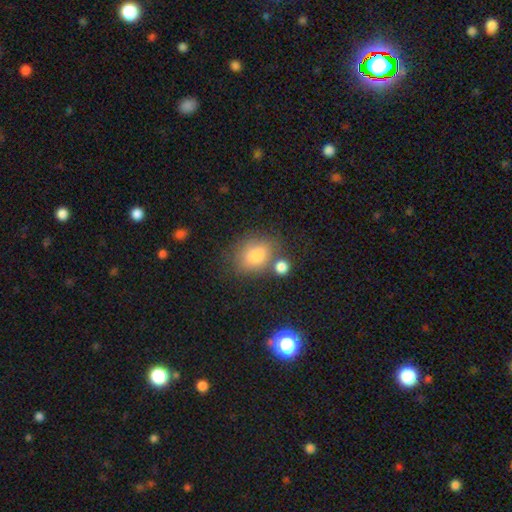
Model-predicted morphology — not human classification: smooth 80%, star or artifact 11%, featured or disk 10%. Down the decision tree: how rounded — in between (57%); merging — none (64%).